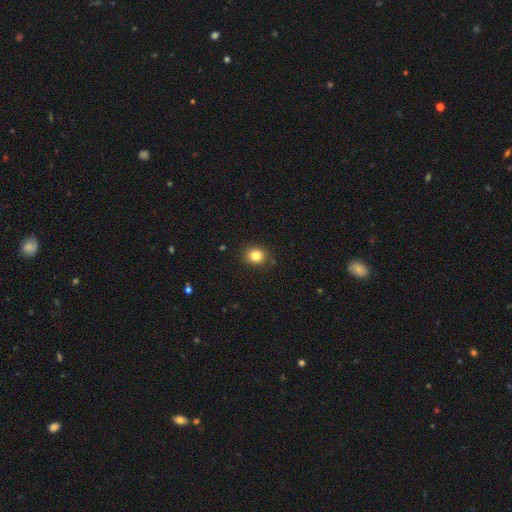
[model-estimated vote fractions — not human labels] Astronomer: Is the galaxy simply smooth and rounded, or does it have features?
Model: smooth — 82%.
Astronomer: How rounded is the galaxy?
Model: round — 75%.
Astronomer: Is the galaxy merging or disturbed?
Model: none — 87%.